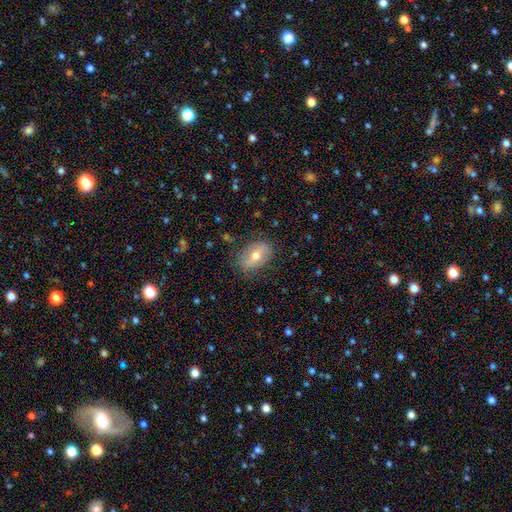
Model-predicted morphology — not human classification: type=smooth (60%); roundness=in between (85%); merging=none (80%).